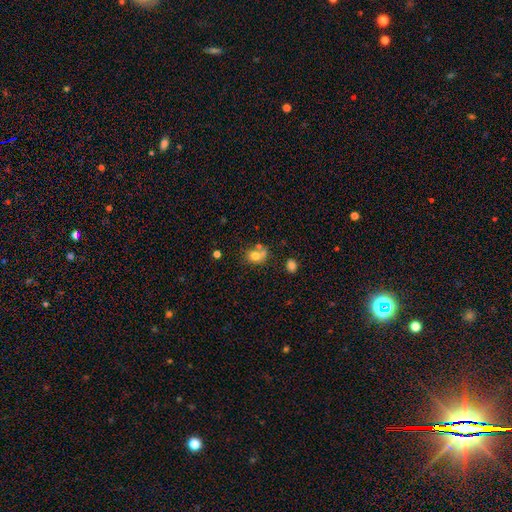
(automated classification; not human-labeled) A smooth galaxy with no disk features (74%) that is round (51%).

Vote fractions:
- Smooth or featured? smooth: 74% / featured or disk: 14% / star or artifact: 12%
- How rounded? round: 51% / in between: 48% / cigar-shaped: 1%
- Merging? none: 42% / merger: 32% / minor disturbance: 18% / major disturbance: 8%